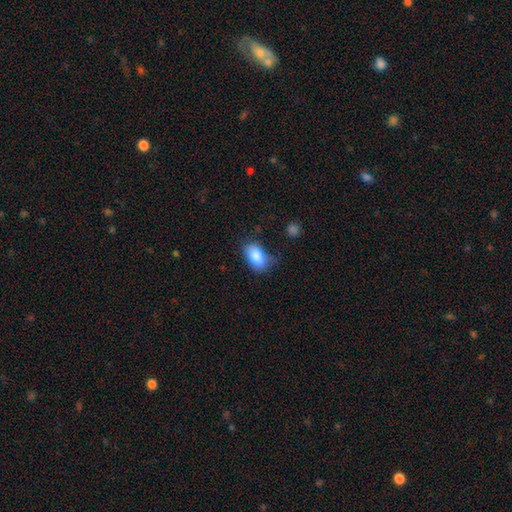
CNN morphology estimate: This appears to be a smooth galaxy with no disk features (85%) that is in between round and cigar-shaped (91%). Merging: none (63%).